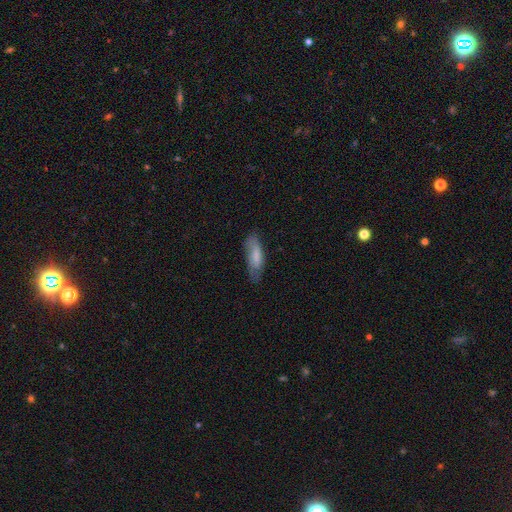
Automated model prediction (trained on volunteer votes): Overall: smooth (76%). How rounded: in between (58%; cigar-shaped 41%). Merging: none (65%; minor disturbance 26%).